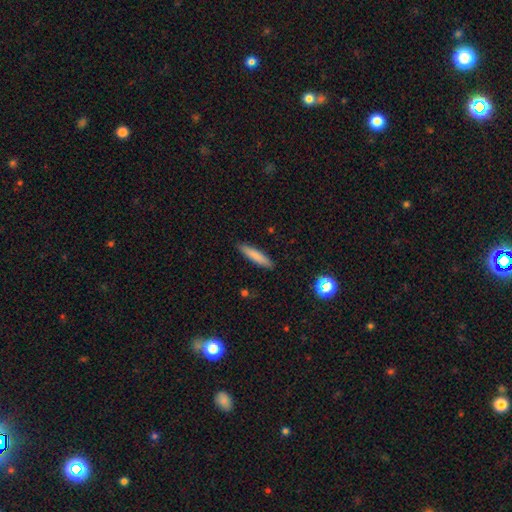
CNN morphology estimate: Overall: smooth (81%). How rounded: cigar-shaped (87%). Merging: none (89%).